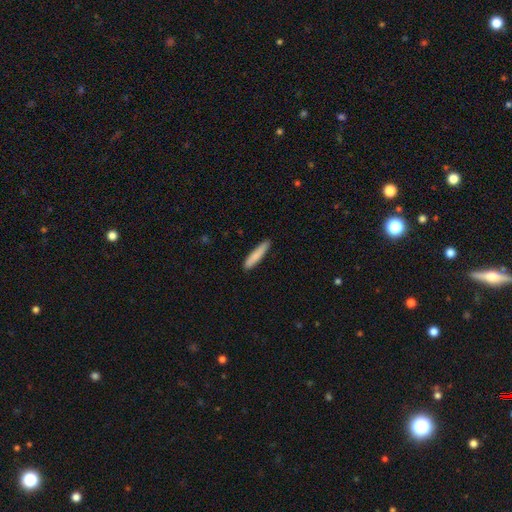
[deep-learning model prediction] Q: Smooth or featured?
A: smooth (85%); runner-up: featured or disk (10%)
Q: How rounded?
A: cigar-shaped (89%); runner-up: in between (10%)
Q: Merging?
A: none (87%); runner-up: minor disturbance (10%)